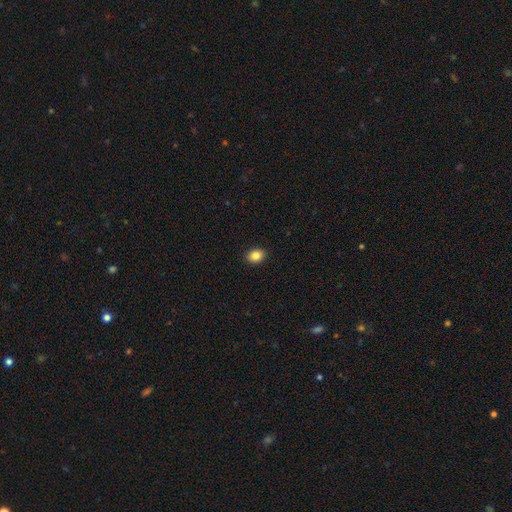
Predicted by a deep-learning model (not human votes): A smooth galaxy with no disk features (85%) that is in between round and cigar-shaped (64%).

Vote fractions:
- Smooth or featured? smooth: 85% / star or artifact: 9% / featured or disk: 6%
- How rounded? in between: 64% / round: 35% / cigar-shaped: 1%
- Merging? none: 91% / minor disturbance: 7% / major disturbance: 2% / merger: 1%